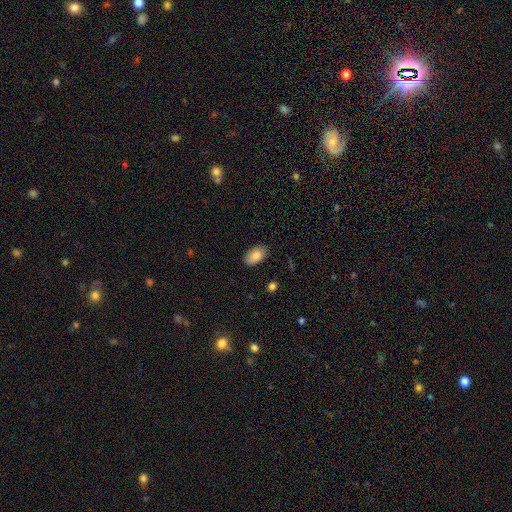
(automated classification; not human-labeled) A smooth galaxy with no disk features (84%) that is in between round and cigar-shaped (94%).

Vote fractions:
- Smooth or featured? smooth: 84% / featured or disk: 9% / star or artifact: 7%
- How rounded? in between: 94% / round: 5% / cigar-shaped: 1%
- Merging? none: 84% / minor disturbance: 12% / major disturbance: 2% / merger: 1%